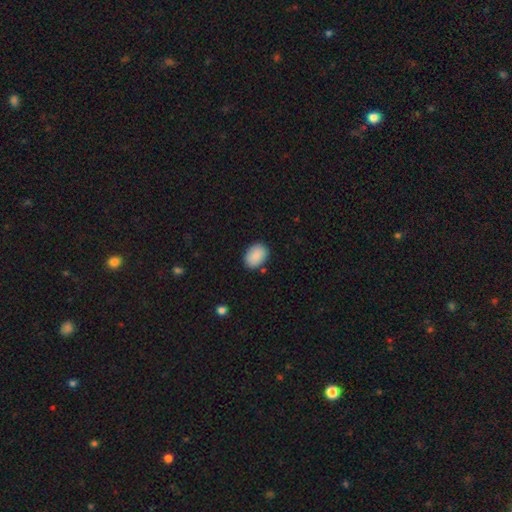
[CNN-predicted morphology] Q: Smooth or featured?
A: smooth (89%); runner-up: star or artifact (7%)
Q: How rounded?
A: in between (82%); runner-up: round (17%)
Q: Merging?
A: none (84%); runner-up: minor disturbance (11%)